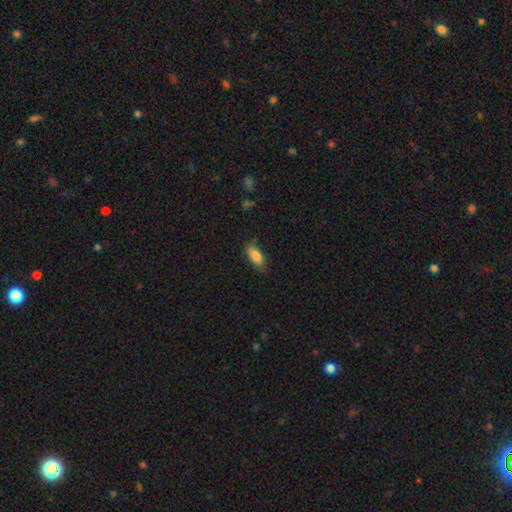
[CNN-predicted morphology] Smooth or featured?
  - smooth: 83% *
  - featured or disk: 10%
  - star or artifact: 7%
How rounded?
  - in between: 83% *
  - cigar-shaped: 14%
  - round: 2%
Merging?
  - none: 79% *
  - minor disturbance: 17%
  - major disturbance: 3%
  - merger: 1%